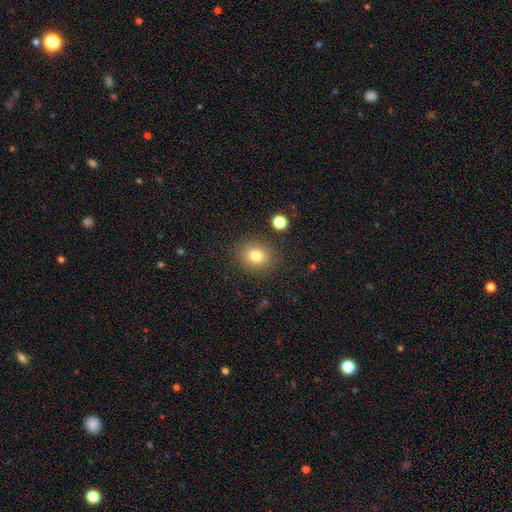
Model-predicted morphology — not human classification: Smooth or featured? Predicted: smooth (p=0.80). How rounded? Predicted: round (p=0.71). Merging? Predicted: none (p=0.85).